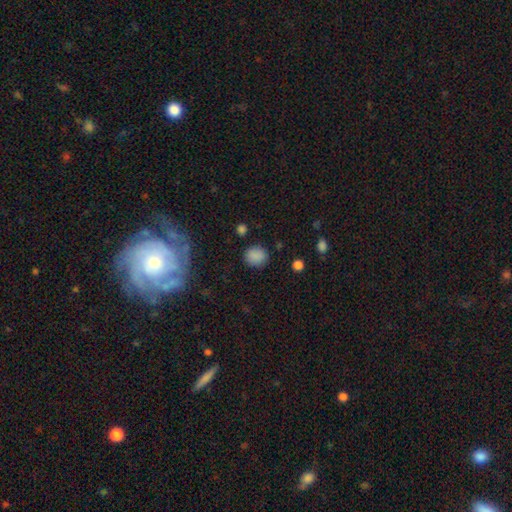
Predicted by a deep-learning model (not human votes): smooth_or_featured: smooth (p=0.85) [alt: star or artifact p=0.11]
how_rounded: round (p=0.74) [alt: in between p=0.25]
merging: none (p=0.84) [alt: minor disturbance p=0.11]